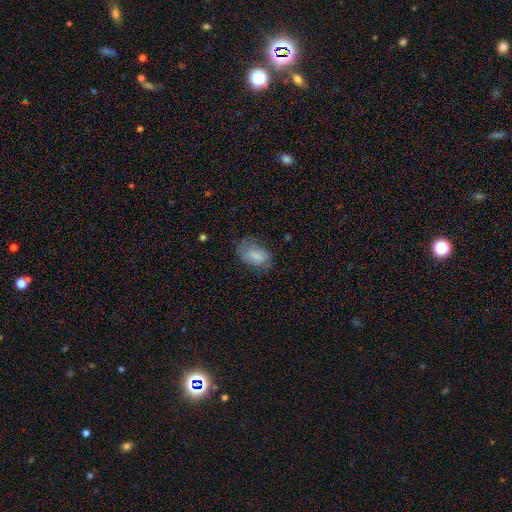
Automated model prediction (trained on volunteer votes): Q: Smooth or featured?
A: smooth (78%); runner-up: featured or disk (14%)
Q: How rounded?
A: in between (91%); runner-up: round (7%)
Q: Merging?
A: none (58%); runner-up: minor disturbance (29%)